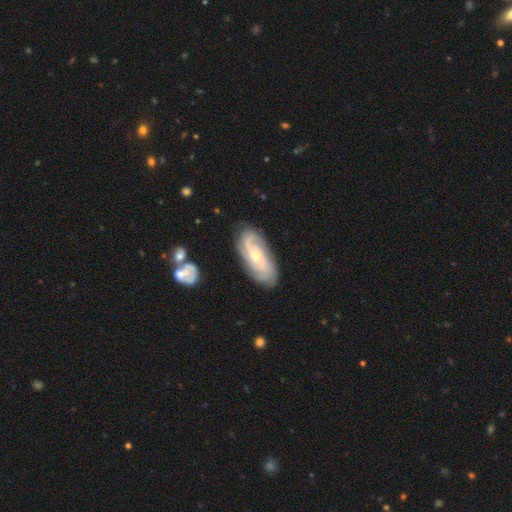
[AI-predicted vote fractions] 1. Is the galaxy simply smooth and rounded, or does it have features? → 77% featured or disk, 17% smooth, 6% star or artifact.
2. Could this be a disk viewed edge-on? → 92% no, 8% yes.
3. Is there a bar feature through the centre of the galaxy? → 67% no, 27% weak, 6% strong.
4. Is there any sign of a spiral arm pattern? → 94% yes, 6% no.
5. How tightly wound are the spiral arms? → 56% tight, 33% medium, 11% loose.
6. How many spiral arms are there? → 34% can't tell, 27% 2, 21% 3, 8% 4, 5% 1, 4% more than 4.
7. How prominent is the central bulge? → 56% small, 40% moderate, 2% large, 1% none, 1% dominant.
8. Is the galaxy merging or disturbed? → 78% none, 15% minor disturbance, 4% major disturbance, 2% merger.